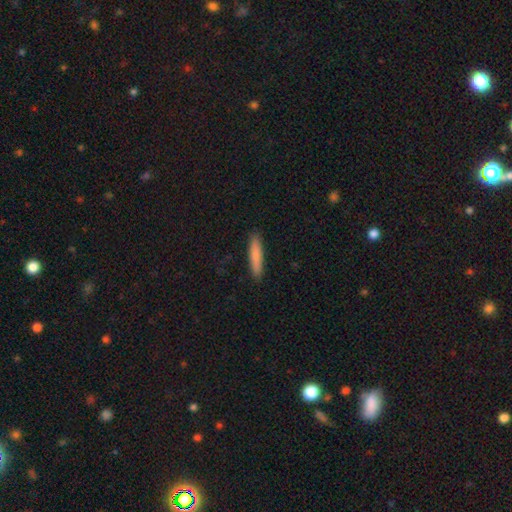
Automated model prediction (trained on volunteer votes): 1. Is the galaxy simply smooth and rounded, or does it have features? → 84% smooth, 10% featured or disk, 6% star or artifact.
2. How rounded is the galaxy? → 89% cigar-shaped, 10% in between, 1% round.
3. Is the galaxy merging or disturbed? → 90% none, 7% minor disturbance, 2% major disturbance, 1% merger.